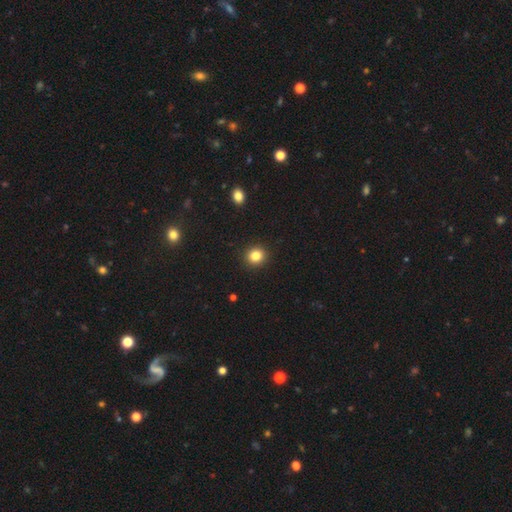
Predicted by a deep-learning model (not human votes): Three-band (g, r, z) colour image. It shows a smooth galaxy with no disk features (83%) that is round (88%). Merging: none (93%).